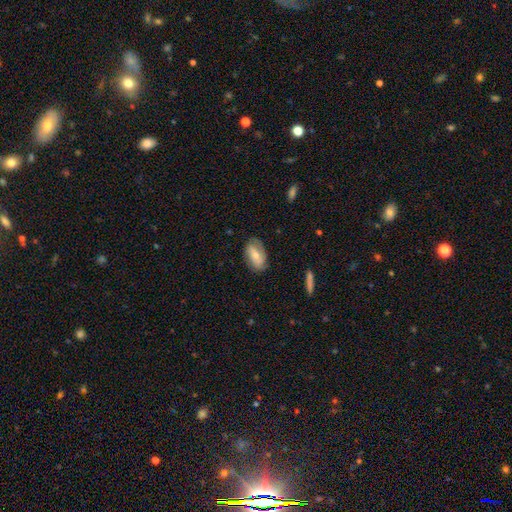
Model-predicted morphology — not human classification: Smooth or featured? Predicted: featured or disk (p=0.48). Merging? Predicted: none (p=0.74).